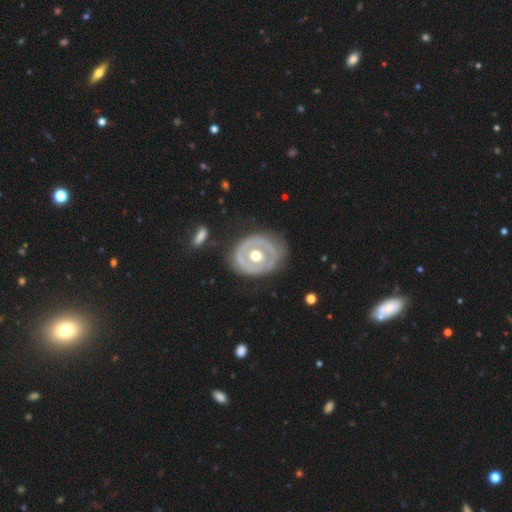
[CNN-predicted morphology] A featured or disk galaxy (68%) with no bar (79%), no spiral arms (79%) and a moderate central bulge (73%). Merging: none (74%).